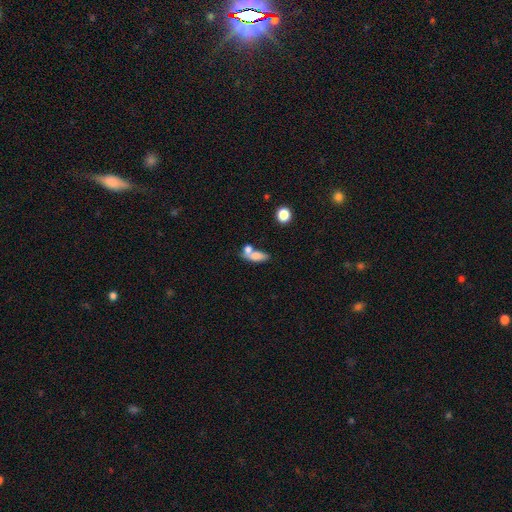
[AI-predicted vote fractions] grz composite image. It shows a smooth galaxy with no disk features (72%) that is in between round and cigar-shaped (72%). Merging: merger (51%).